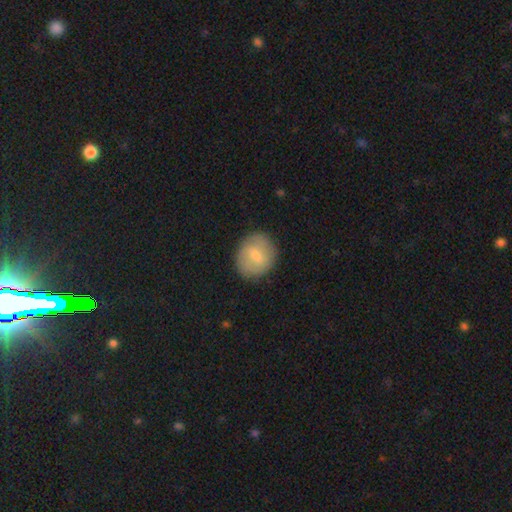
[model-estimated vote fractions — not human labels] Overall: smooth (61%; featured or disk 32%). How rounded: round (72%). Merging: none (82%).